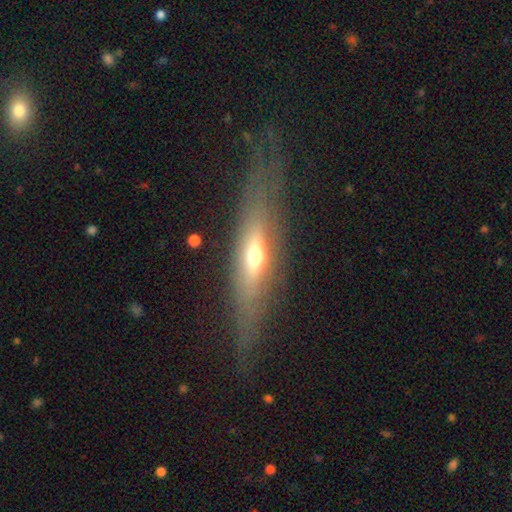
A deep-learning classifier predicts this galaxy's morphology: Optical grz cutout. It shows a featured or disk galaxy (48%). Merging: none (69%).